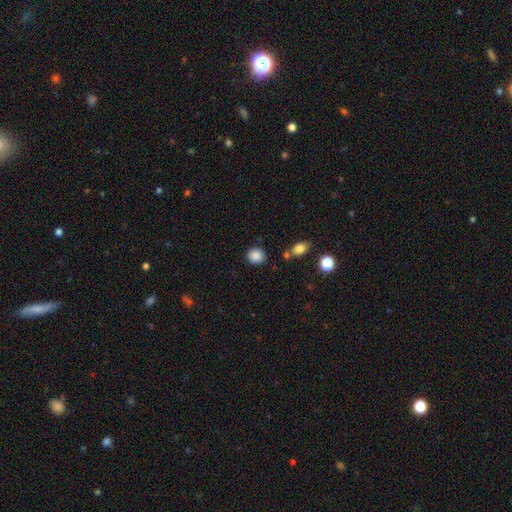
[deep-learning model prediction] This is clearly a smooth galaxy (87%). How rounded: likely round (73%). Merging: clearly none (83%).